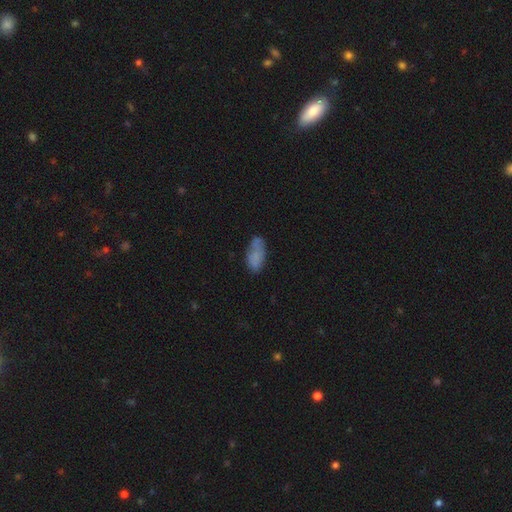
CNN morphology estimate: smooth-or-featured: smooth: 72% | featured or disk: 18% | star or artifact: 10%
  how-rounded: in between: 87% | cigar-shaped: 9% | round: 3%
  merging: none: 54% | minor disturbance: 26% | major disturbance: 11% | merger: 10%